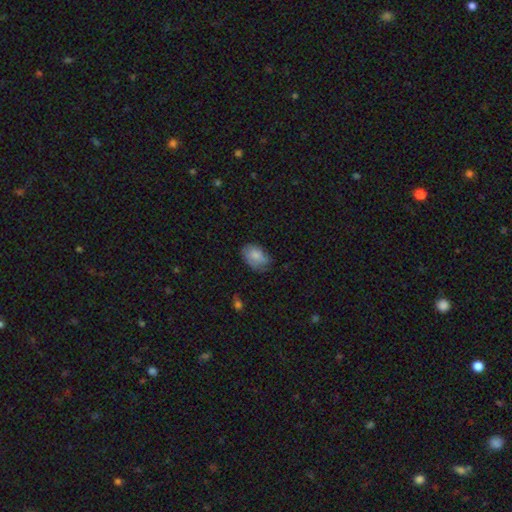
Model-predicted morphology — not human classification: This appears to be a smooth galaxy with no disk features (77%) that is in between round and cigar-shaped (85%). Merging: none (58%).